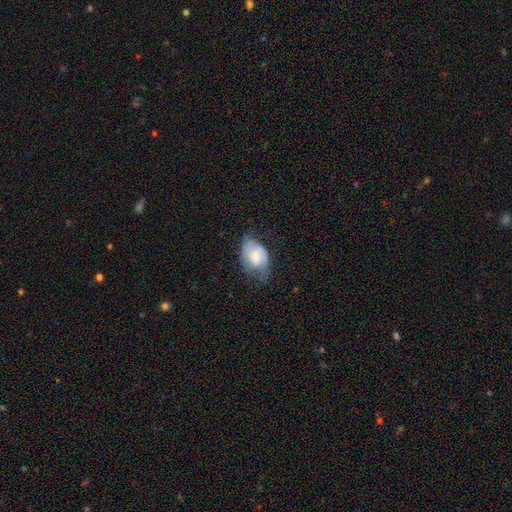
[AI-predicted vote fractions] This appears to be a featured or disk galaxy (54%) with no bar (51%), spiral arms (80%) and a moderate central bulge (47%). Merging: none (48%).